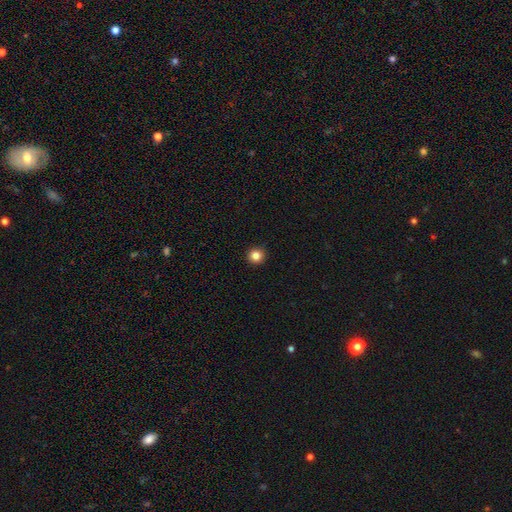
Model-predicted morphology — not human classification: smooth_or_featured: smooth (p=0.85) [alt: star or artifact p=0.11]
how_rounded: round (p=0.95) [alt: in between p=0.04]
merging: none (p=0.93) [alt: minor disturbance p=0.04]